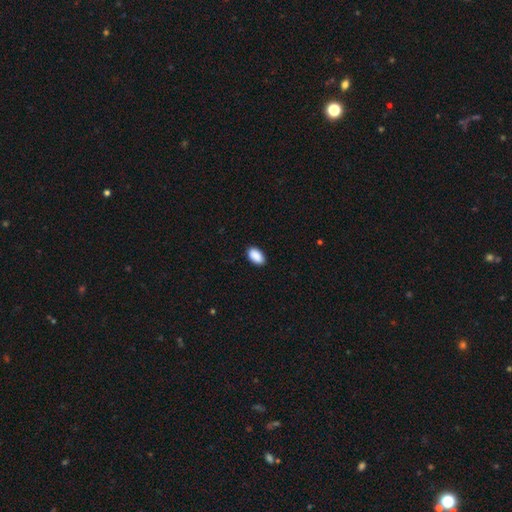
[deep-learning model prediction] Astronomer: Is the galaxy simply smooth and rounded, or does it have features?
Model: smooth — 91%.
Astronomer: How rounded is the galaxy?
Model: in between — 94%.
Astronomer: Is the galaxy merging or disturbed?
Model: none — 89%.